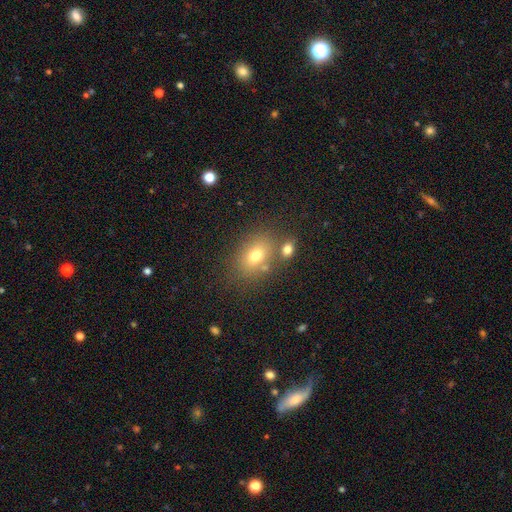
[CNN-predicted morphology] smooth-or-featured: smooth: 73% | featured or disk: 14% | star or artifact: 13%
  how-rounded: in between: 70% | round: 29% | cigar-shaped: 1%
  merging: none: 68% | merger: 14% | minor disturbance: 13% | major disturbance: 5%